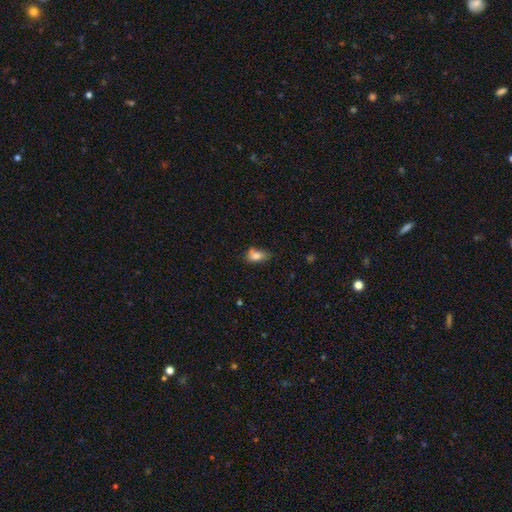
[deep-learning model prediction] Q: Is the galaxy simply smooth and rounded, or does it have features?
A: smooth — 78%.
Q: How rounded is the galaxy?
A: in between — 82%.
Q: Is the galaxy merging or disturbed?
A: none — 41%.